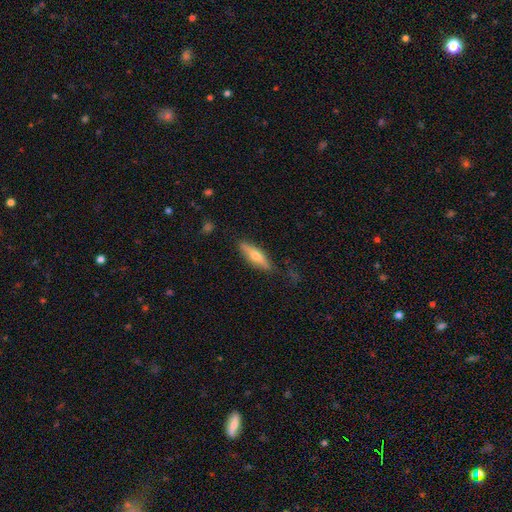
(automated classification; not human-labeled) Smooth or featured?
  - smooth: 54% *
  - featured or disk: 40%
  - star or artifact: 6%
How rounded?
  - cigar-shaped: 62% *
  - in between: 36%
  - round: 2%
Merging?
  - none: 78% *
  - minor disturbance: 17%
  - major disturbance: 4%
  - merger: 2%